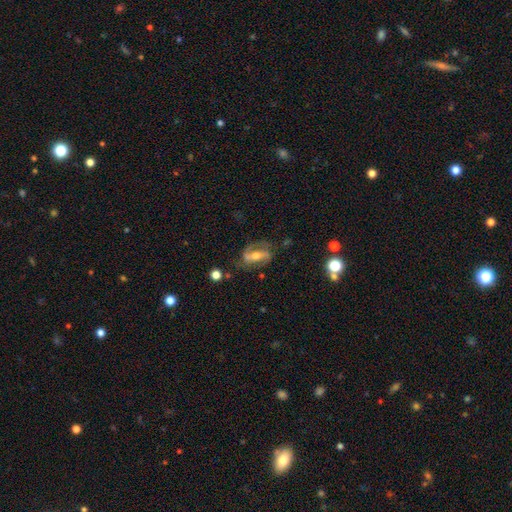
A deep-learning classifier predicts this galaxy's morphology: Smooth or featured?
  - featured or disk: 80% *
  - smooth: 13%
  - star or artifact: 7%
Edge-on disk?
  - no: 93% *
  - yes: 7%
Bar?
  - strong: 50% *
  - weak: 30%
  - no: 20%
Spiral arms?
  - yes: 90% *
  - no: 10%
Spiral winding?
  - medium: 46% *
  - loose: 32%
  - tight: 22%
Spiral arm count?
  - 2: 85% *
  - can't tell: 6%
  - 1: 5%
  - 3: 2%
  - 4: 1%
  - more than 4: 1%
Bulge size?
  - moderate: 59% *
  - small: 34%
  - large: 4%
  - none: 2%
  - dominant: 1%
Merging?
  - none: 66% *
  - minor disturbance: 19%
  - major disturbance: 13%
  - merger: 3%